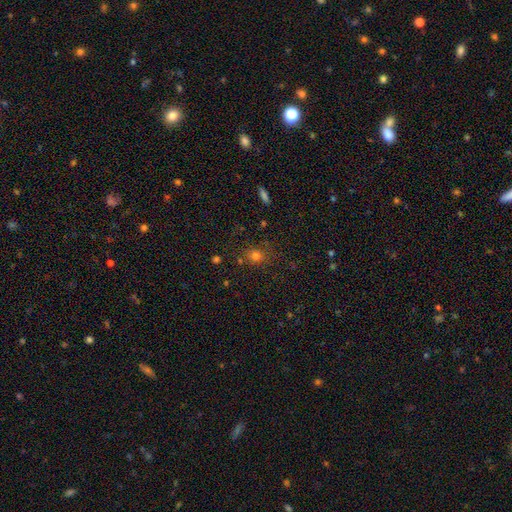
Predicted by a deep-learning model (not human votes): The model was most divided on "smooth or featured": smooth: 71%, star or artifact: 21%, featured or disk: 8%. More confident: how rounded — round (77%); merging — none (77%).